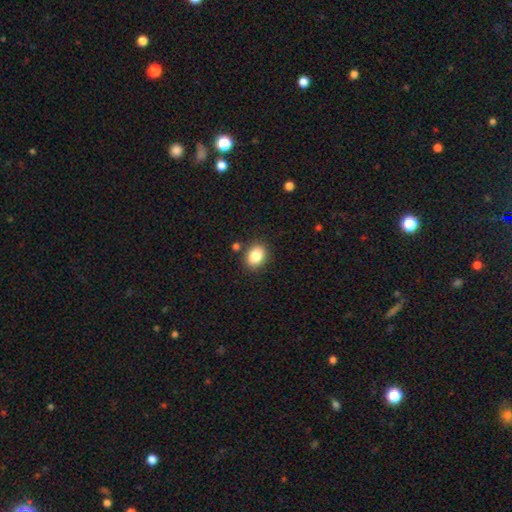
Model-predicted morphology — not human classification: Overall: smooth (86%). How rounded: in between (57%; round 42%). Merging: none (84%).